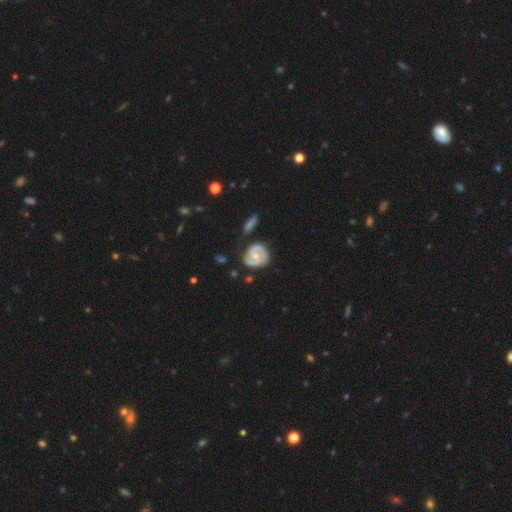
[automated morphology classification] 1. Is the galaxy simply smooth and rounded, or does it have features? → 69% featured or disk, 25% smooth, 5% star or artifact.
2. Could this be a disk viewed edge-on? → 97% no, 3% yes.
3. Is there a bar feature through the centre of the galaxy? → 66% no, 28% weak, 6% strong.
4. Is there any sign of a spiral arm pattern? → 86% yes, 14% no.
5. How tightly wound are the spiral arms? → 56% tight, 33% medium, 11% loose.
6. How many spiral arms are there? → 65% 2, 16% can't tell, 10% 1, 5% 3, 2% 4, 1% more than 4.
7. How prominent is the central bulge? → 48% moderate, 47% small, 2% none, 2% large, 1% dominant.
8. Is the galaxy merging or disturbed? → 64% none, 24% minor disturbance, 7% major disturbance, 5% merger.